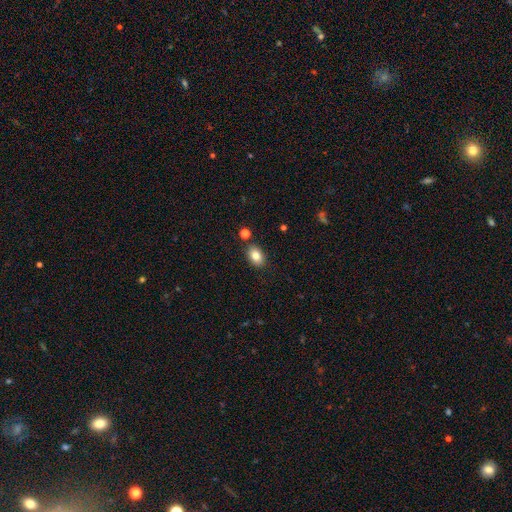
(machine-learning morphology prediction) The model was most divided on "how rounded": in between: 85%, round: 14%, cigar-shaped: 1%. More confident: merging — none (84%); smooth or featured — smooth (83%).